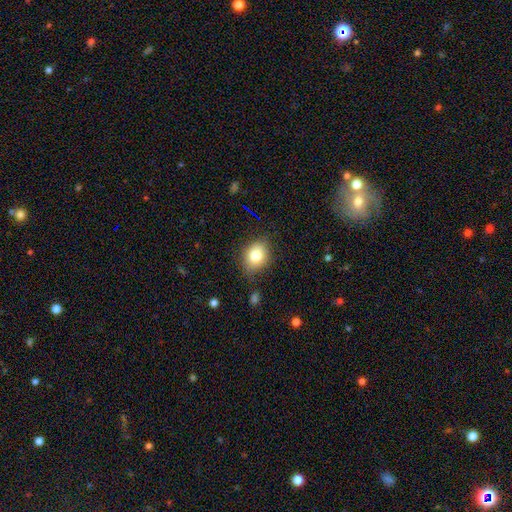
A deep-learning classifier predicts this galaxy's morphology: This is clearly a smooth galaxy (81%). How rounded: possibly in between (54%). Merging: likely none (77%).